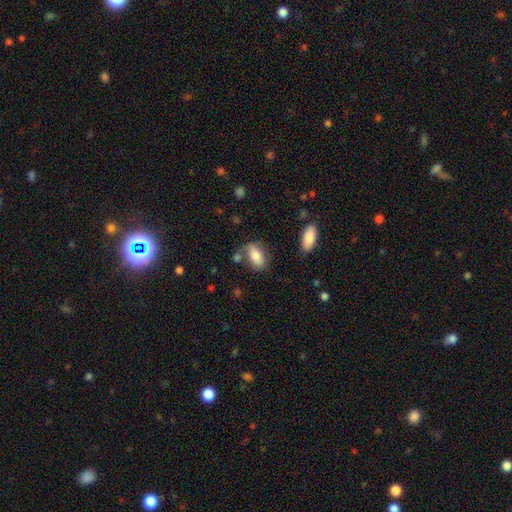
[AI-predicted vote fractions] Overall: smooth (81%). How rounded: in between (90%). Merging: none (66%).